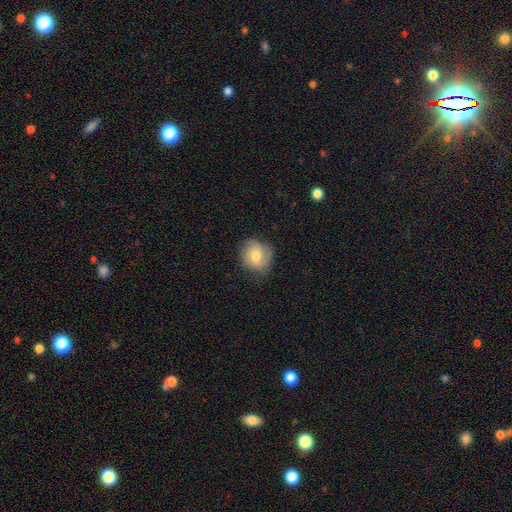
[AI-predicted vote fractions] Smooth or featured? smooth (60%)
How rounded? round (76%)
Merging? none (68%)